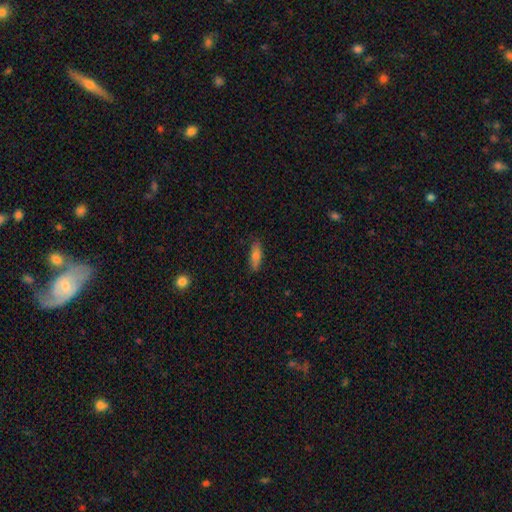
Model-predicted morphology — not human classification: type=smooth (72%); roundness=in between (55%); merging=none (84%).